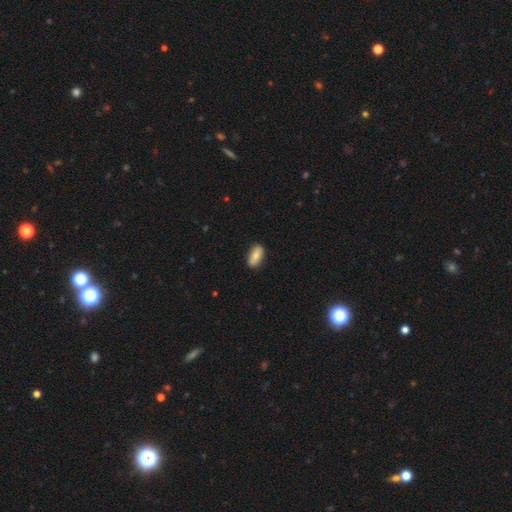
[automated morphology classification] smooth_or_featured: smooth (p=0.80) [alt: featured or disk p=0.14]
how_rounded: in between (p=0.86) [alt: cigar-shaped p=0.10]
merging: none (p=0.86) [alt: minor disturbance p=0.11]